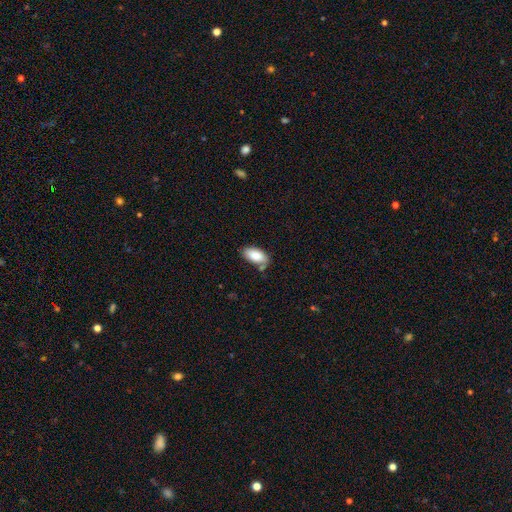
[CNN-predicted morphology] type=smooth (85%); roundness=in between (93%); merging=none (73%).